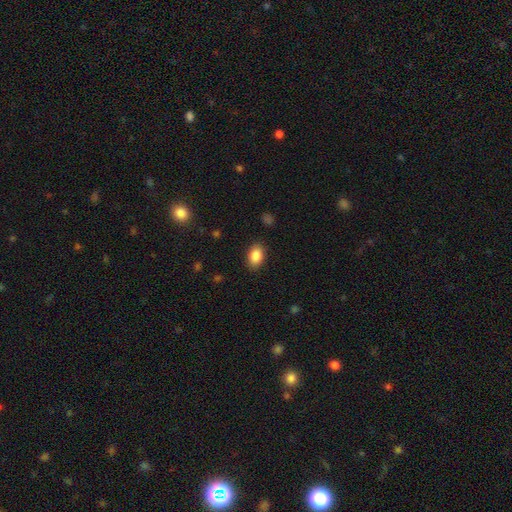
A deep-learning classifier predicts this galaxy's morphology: A smooth galaxy with no disk features (88%) that is in between round and cigar-shaped (86%). Merging: none (87%).